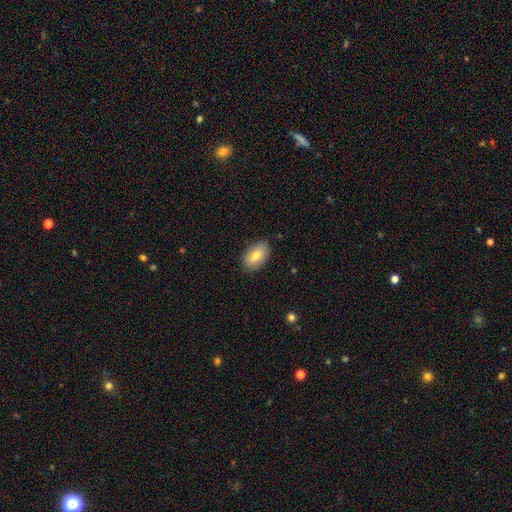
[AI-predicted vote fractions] Smooth or featured: smooth — 77% (featured or disk — 16%)
How rounded: in between — 91% (round — 7%)
Merging: none — 83% (minor disturbance — 13%)